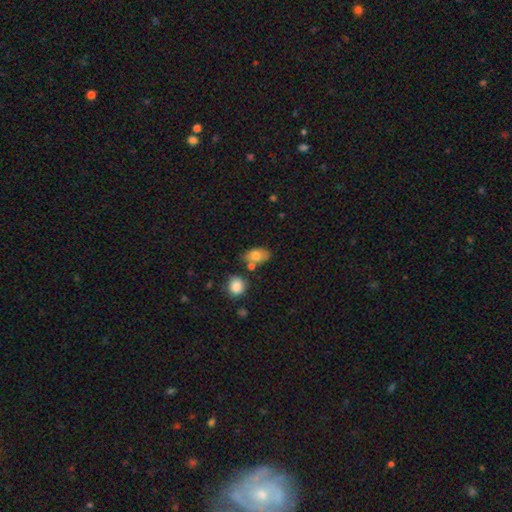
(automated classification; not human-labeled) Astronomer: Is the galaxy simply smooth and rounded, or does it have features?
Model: smooth — 76%.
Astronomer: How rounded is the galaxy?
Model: in between — 86%.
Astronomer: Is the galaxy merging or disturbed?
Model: none — 58%.